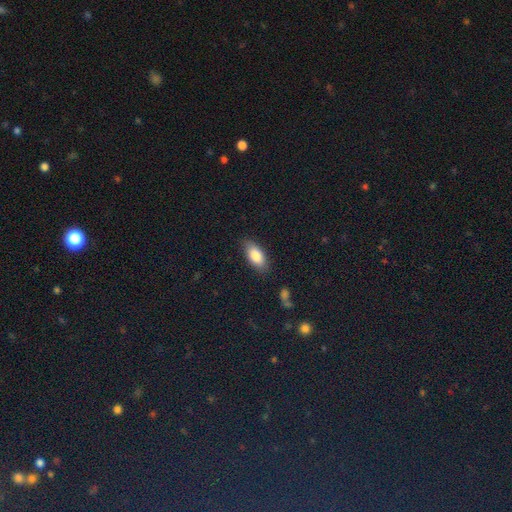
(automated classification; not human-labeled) The model was most divided on "merging": none: 82%, minor disturbance: 13%, major disturbance: 3%, merger: 1%. More confident: how rounded — in between (88%); smooth or featured — smooth (83%).